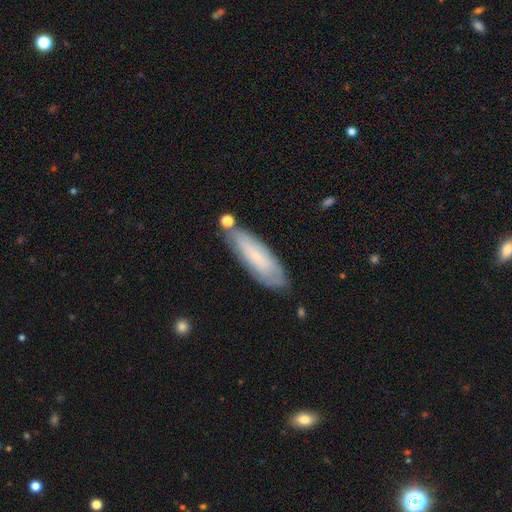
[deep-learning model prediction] Smooth or featured: smooth — 56% (featured or disk — 37%)
How rounded: in between — 49% (tied with cigar-shaped — 49%)
Merging: none — 75% (minor disturbance — 17%)